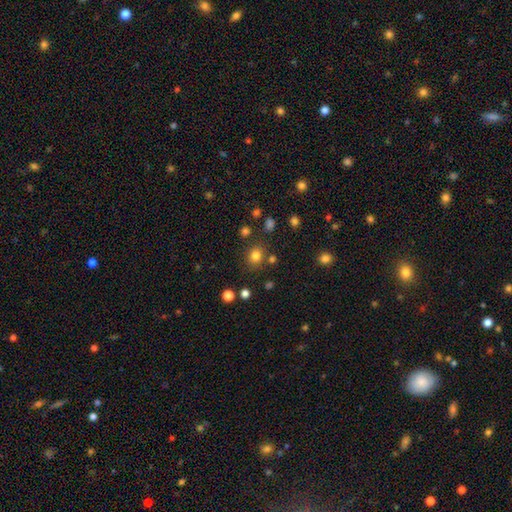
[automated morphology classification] smooth-or-featured: smooth: 79% | star or artifact: 15% | featured or disk: 6%
  how-rounded: round: 78% | in between: 22% | cigar-shaped: 1%
  merging: none: 81% | minor disturbance: 10% | merger: 6% | major disturbance: 4%